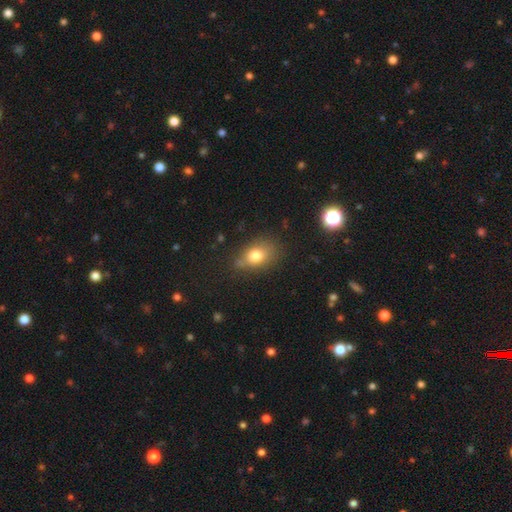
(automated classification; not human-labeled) Overall: smooth (78%). How rounded: in between (73%). Merging: none (63%; minor disturbance 24%).